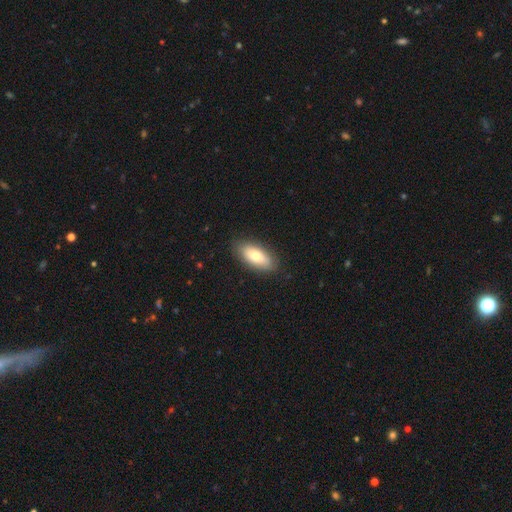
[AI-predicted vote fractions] A smooth galaxy with no disk features (76%) that is in between round and cigar-shaped (84%). Merging: none (87%).